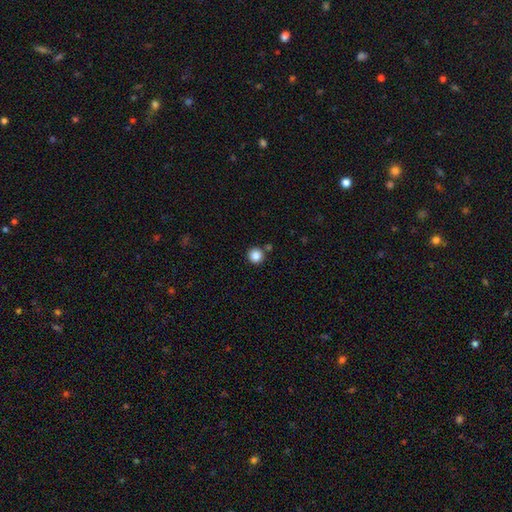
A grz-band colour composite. It shows a smooth galaxy with no disk features (89%) that is round (100%). Merging: none (84%).